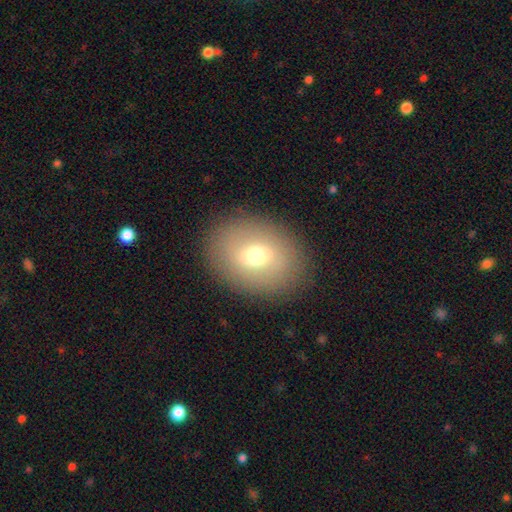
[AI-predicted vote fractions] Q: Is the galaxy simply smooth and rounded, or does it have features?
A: smooth — 64%.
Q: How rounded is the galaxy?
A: in between — 61%.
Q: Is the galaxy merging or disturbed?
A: none — 86%.